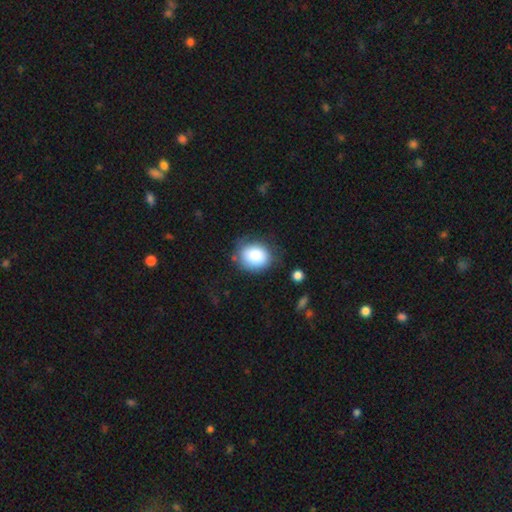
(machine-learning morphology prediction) A smooth galaxy with no disk features (86%) that is round (58%). Merging: none (71%).